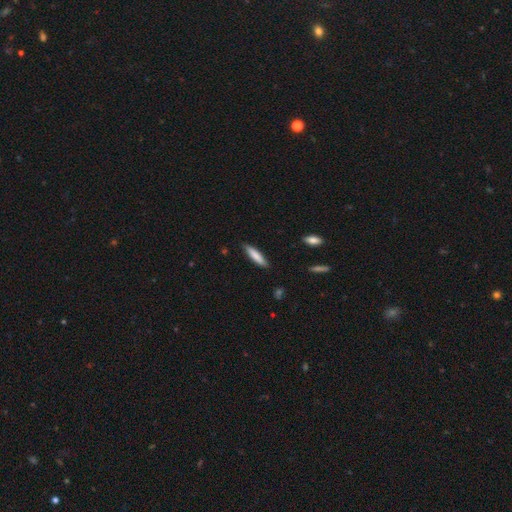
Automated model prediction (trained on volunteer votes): The model was most divided on "how rounded": cigar-shaped: 81%, in between: 18%, round: 1%. More confident: merging — none (88%); smooth or featured — smooth (81%).